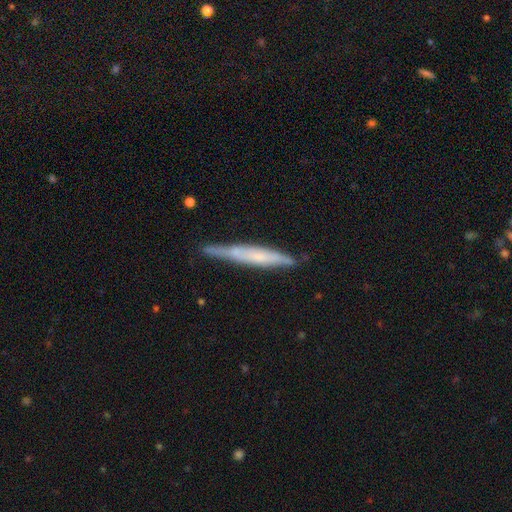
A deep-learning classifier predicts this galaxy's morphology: Overall: featured or disk (55%; smooth 38%). Edge-on disk: yes (88%). Merging: none (76%).